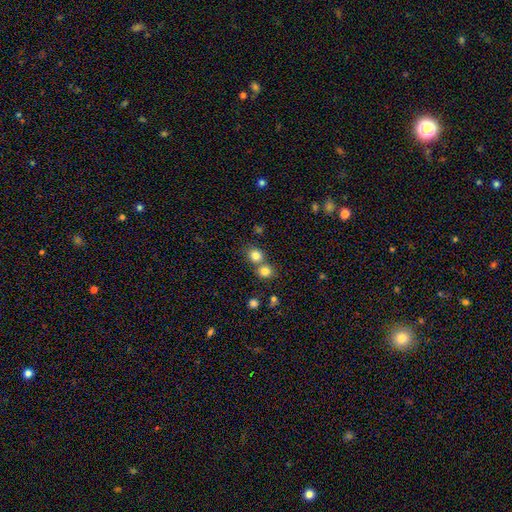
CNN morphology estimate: Smooth or featured?
  - smooth: 81% *
  - star or artifact: 12%
  - featured or disk: 7%
How rounded?
  - round: 82% *
  - in between: 17%
  - cigar-shaped: 1%
Merging?
  - none: 51% *
  - merger: 40%
  - minor disturbance: 7%
  - major disturbance: 3%